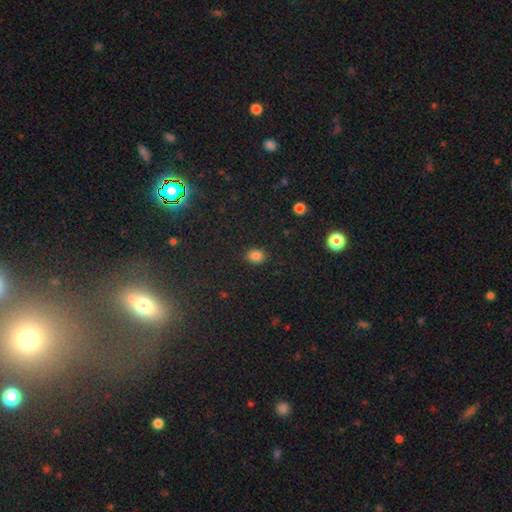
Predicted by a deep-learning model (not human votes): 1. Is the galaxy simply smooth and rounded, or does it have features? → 85% smooth, 11% star or artifact, 4% featured or disk.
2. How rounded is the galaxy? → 63% in between, 36% round, 1% cigar-shaped.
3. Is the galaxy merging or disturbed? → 88% none, 9% minor disturbance, 2% major disturbance, 1% merger.